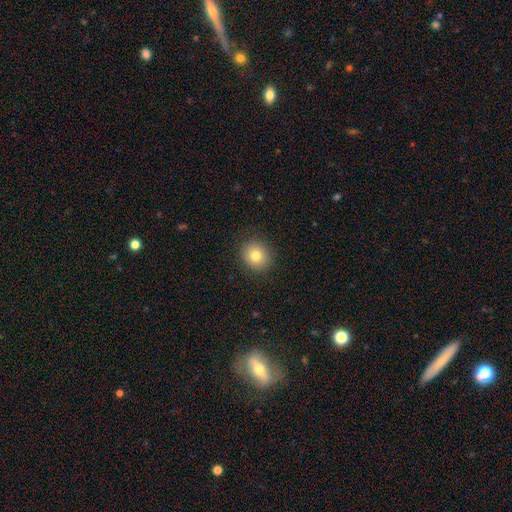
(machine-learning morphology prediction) smooth-or-featured: smooth: 79% | star or artifact: 11% | featured or disk: 10%
  how-rounded: round: 84% | in between: 15% | cigar-shaped: 1%
  merging: none: 90% | minor disturbance: 7% | major disturbance: 2% | merger: 1%